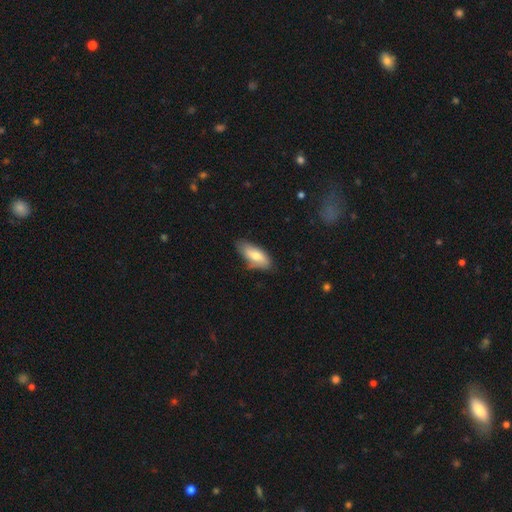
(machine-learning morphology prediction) smooth_or_featured: smooth (p=0.70) [alt: featured or disk p=0.24]
how_rounded: in between (p=0.81) [alt: cigar-shaped p=0.16]
merging: none (p=0.67) [alt: minor disturbance p=0.26]